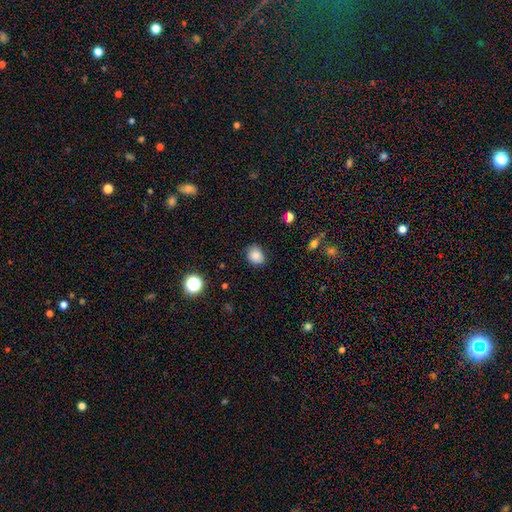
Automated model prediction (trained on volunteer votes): This is clearly a smooth galaxy (84%). How rounded: possibly round (54%). Merging: clearly none (81%).